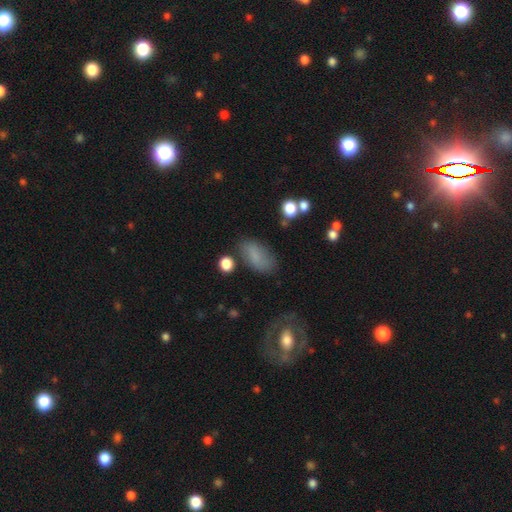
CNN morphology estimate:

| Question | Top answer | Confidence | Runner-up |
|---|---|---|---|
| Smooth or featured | smooth | 77% | featured or disk (12%) |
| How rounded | in between | 91% | round (5%) |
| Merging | none | 72% | minor disturbance (18%) |